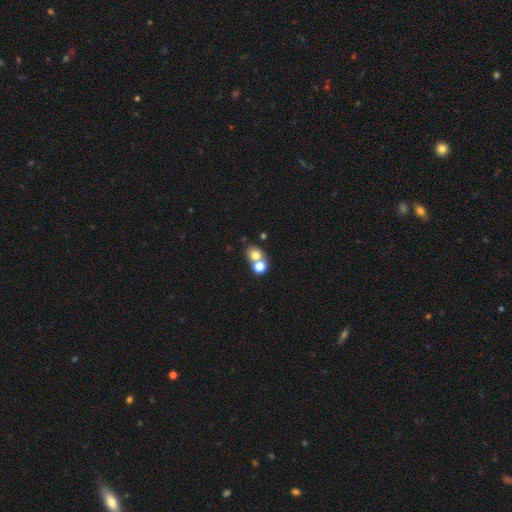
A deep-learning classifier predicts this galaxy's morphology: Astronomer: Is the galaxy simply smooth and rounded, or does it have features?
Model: smooth — 73%.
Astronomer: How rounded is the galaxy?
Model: round — 65%.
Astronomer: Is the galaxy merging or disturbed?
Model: merger — 49% (runner-up: none, 41%).